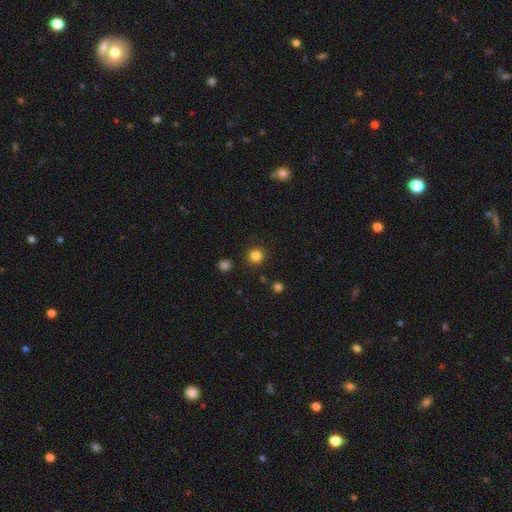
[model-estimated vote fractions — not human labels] smooth_or_featured: smooth (p=0.83) [alt: star or artifact p=0.13]
how_rounded: round (p=0.94) [alt: in between p=0.05]
merging: none (p=0.90) [alt: minor disturbance p=0.06]